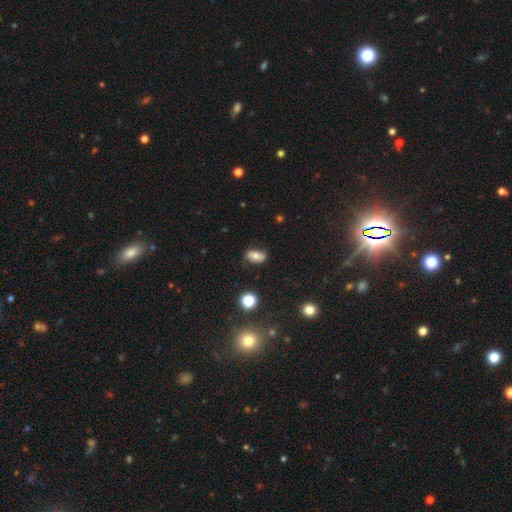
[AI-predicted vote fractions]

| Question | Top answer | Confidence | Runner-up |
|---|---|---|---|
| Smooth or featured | smooth | 66% | featured or disk (23%) |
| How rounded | in between | 88% | round (9%) |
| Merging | none | 74% | minor disturbance (19%) |